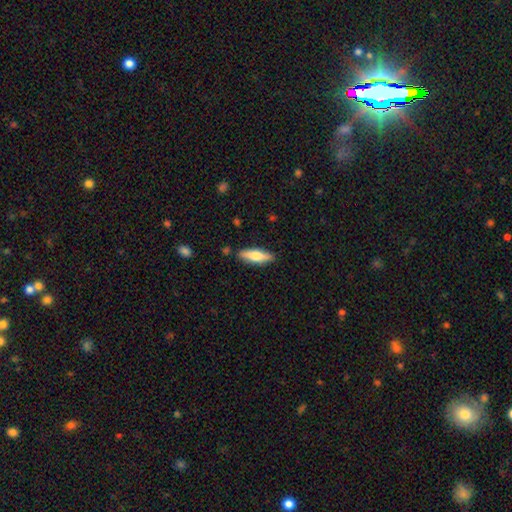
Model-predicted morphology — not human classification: Smooth or featured? smooth (65%)
How rounded? cigar-shaped (52%)
Merging? none (86%)